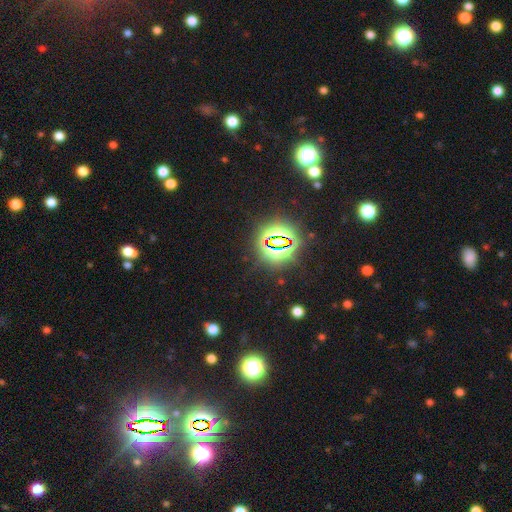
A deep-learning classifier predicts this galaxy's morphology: The model was most divided on "smooth or featured": star or artifact: 76%, smooth: 17%, featured or disk: 7%.